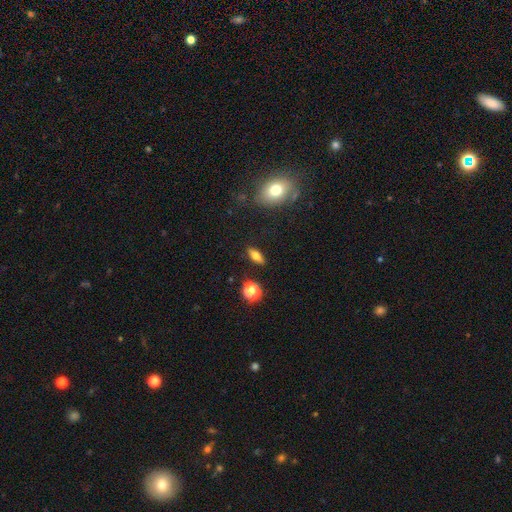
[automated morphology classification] type=smooth (63%); roundness=in between (66%); merging=none (87%).